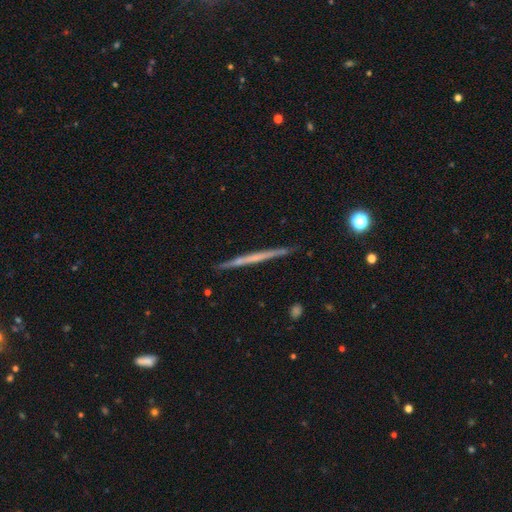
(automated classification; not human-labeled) featured or disk 62%, smooth 30%, star or artifact 8%. Down the decision tree: edge-on disk — yes (98%); edge-on bulge — none (74%); merging — none (91%).